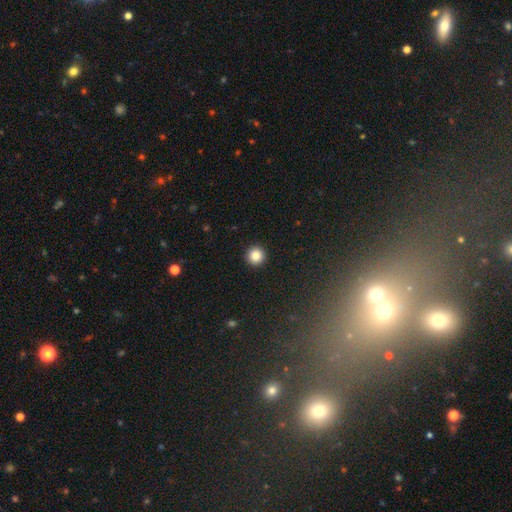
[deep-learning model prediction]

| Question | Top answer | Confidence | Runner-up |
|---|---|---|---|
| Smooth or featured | smooth | 85% | star or artifact (11%) |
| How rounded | round | 96% | in between (3%) |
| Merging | none | 94% | minor disturbance (4%) |